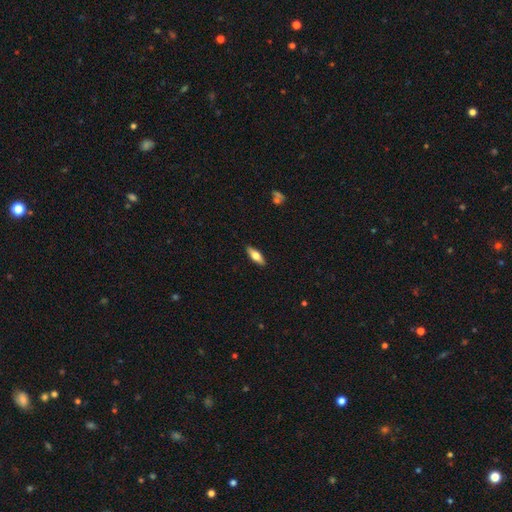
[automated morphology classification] Smooth or featured: smooth — 63% (featured or disk — 32%)
How rounded: in between — 66% (cigar-shaped — 32%)
Merging: none — 89% (minor disturbance — 8%)